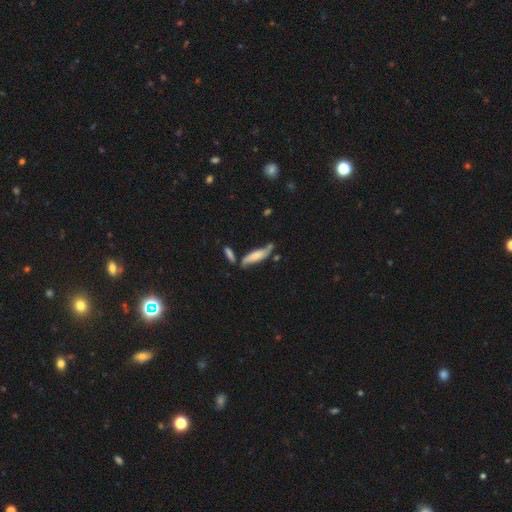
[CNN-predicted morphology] Smooth or featured?
  - smooth: 50% *
  - featured or disk: 43%
  - star or artifact: 7%
Merging?
  - none: 56% *
  - minor disturbance: 24%
  - merger: 13%
  - major disturbance: 8%